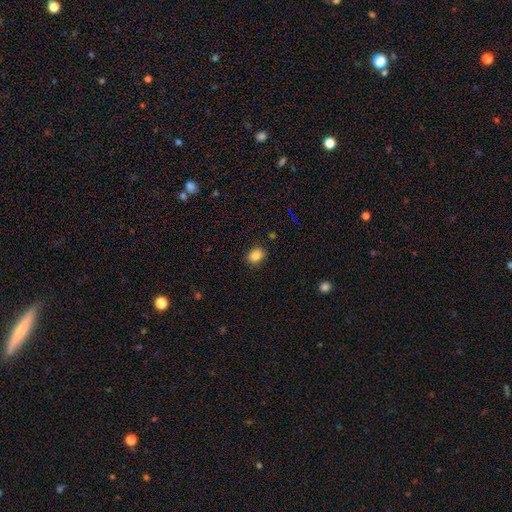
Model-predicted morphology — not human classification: smooth 84%, star or artifact 11%, featured or disk 5%. Down the decision tree: how rounded — in between (54%); merging — none (87%).